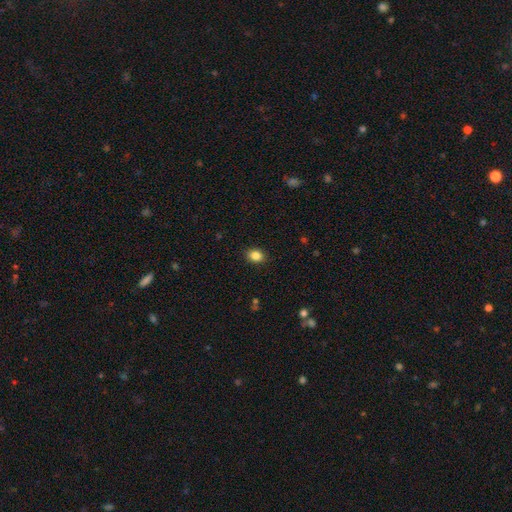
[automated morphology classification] smooth 85%, star or artifact 10%, featured or disk 5%. Down the decision tree: how rounded — in between (59%); merging — none (89%).